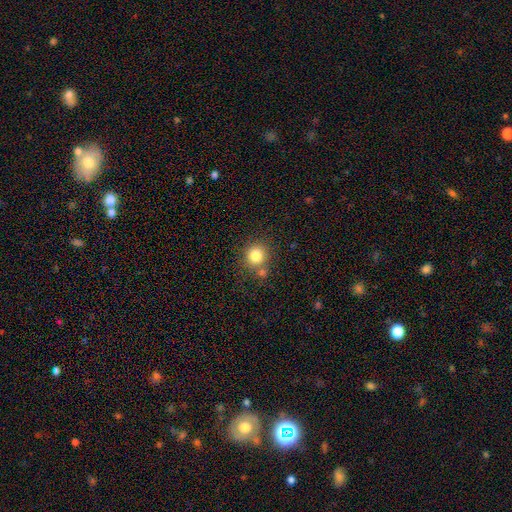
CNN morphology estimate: The model was most divided on "merging": none: 69%, merger: 17%, minor disturbance: 10%, major disturbance: 3%. More confident: how rounded — round (88%); smooth or featured — smooth (81%).